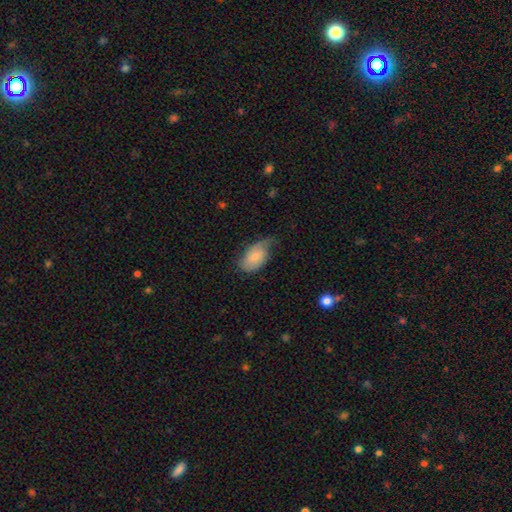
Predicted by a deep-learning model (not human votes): smooth_or_featured: smooth (p=0.68) [alt: featured or disk p=0.25]
how_rounded: in between (p=0.93) [alt: round p=0.05]
merging: minor disturbance (p=0.43) [alt: none p=0.35]